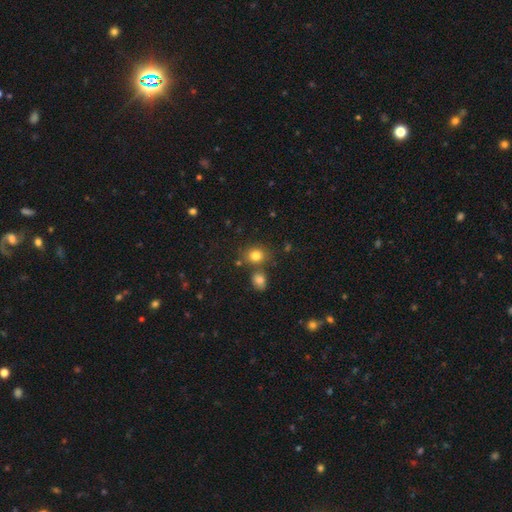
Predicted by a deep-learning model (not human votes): Smooth or featured: smooth — 80% (star or artifact — 13%)
How rounded: round — 72% (in between — 27%)
Merging: none — 70% (merger — 16%)